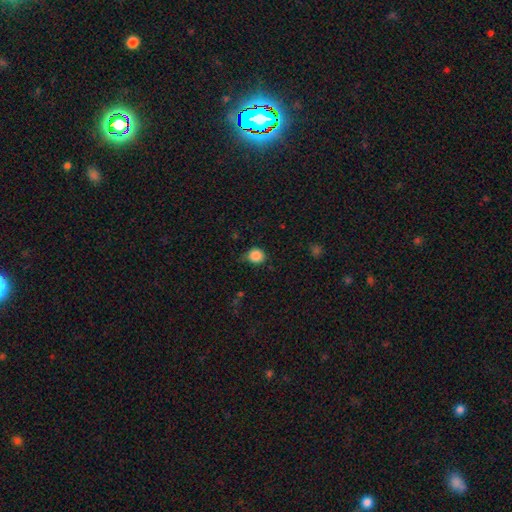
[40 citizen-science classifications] Volunteers were most divided on "merging": none: 73%, minor disturbance: 19%, merger: 5%, major disturbance: 3%. More confident: how rounded — round (92%); smooth or featured — smooth (90%).